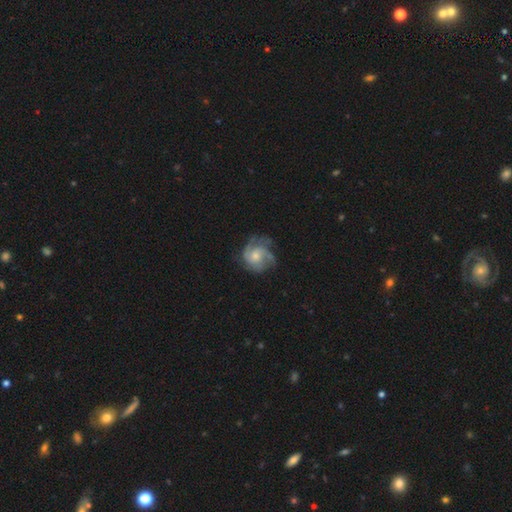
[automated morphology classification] This is likely a featured or disk galaxy (75%). It is clearly not viewed edge-on (98%). Bar: likely no (73%). Spiral arm pattern: clearly yes (93%). Spiral arm count: marginally 3 (40%). Spiral winding: marginally medium (43%). Central bulge: possibly moderate (51%). Merging: likely none (63%).